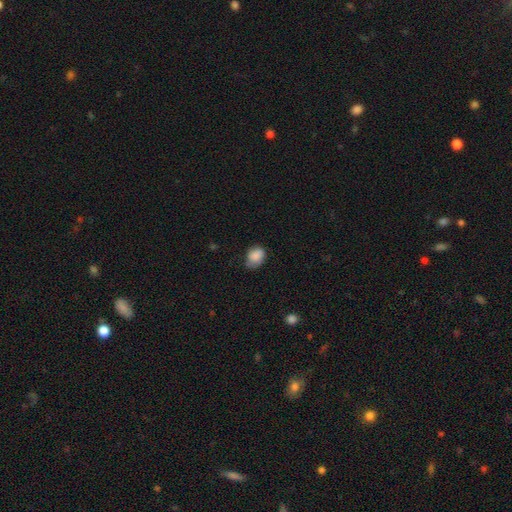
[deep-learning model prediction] Smooth or featured: smooth — 85% (star or artifact — 8%)
How rounded: in between — 65% (round — 34%)
Merging: none — 54% (minor disturbance — 36%)